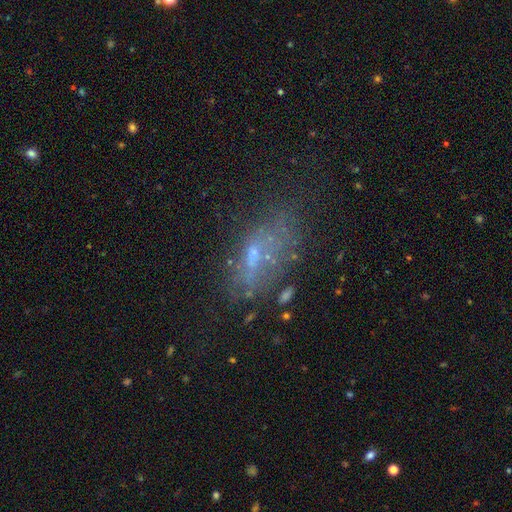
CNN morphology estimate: This appears to be a featured or disk galaxy (42%). Merging: none (44%).